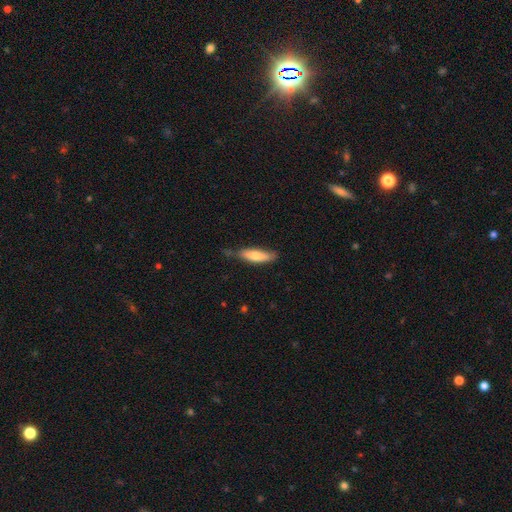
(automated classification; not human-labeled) smooth_or_featured: smooth (p=0.72) [alt: featured or disk p=0.22]
how_rounded: cigar-shaped (p=0.66) [alt: in between p=0.32]
merging: none (p=0.66) [alt: minor disturbance p=0.26]